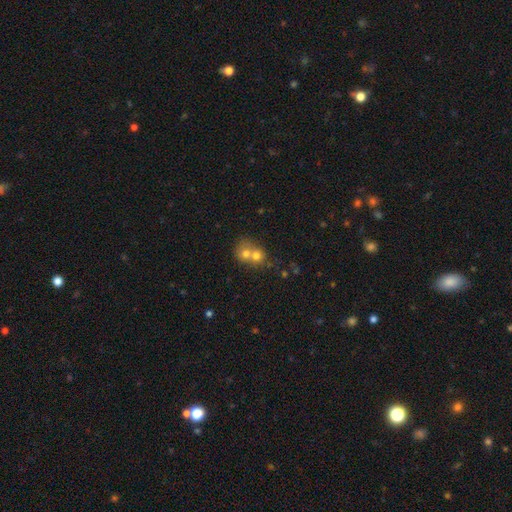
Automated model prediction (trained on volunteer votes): Q: Smooth or featured?
A: smooth (67%); runner-up: featured or disk (21%)
Q: How rounded?
A: round (73%); runner-up: in between (26%)
Q: Merging?
A: merger (70%); runner-up: none (22%)